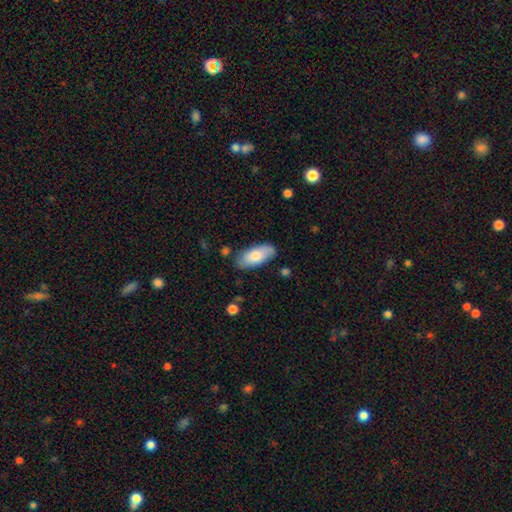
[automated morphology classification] smooth-or-featured: smooth: 76% | featured or disk: 18% | star or artifact: 6%
  how-rounded: in between: 89% | cigar-shaped: 9% | round: 2%
  merging: none: 80% | minor disturbance: 15% | major disturbance: 3% | merger: 2%